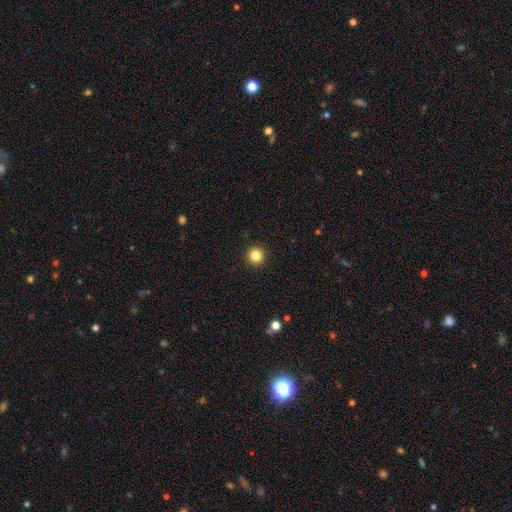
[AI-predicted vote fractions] Smooth or featured? smooth (84%)
How rounded? round (96%)
Merging? none (94%)